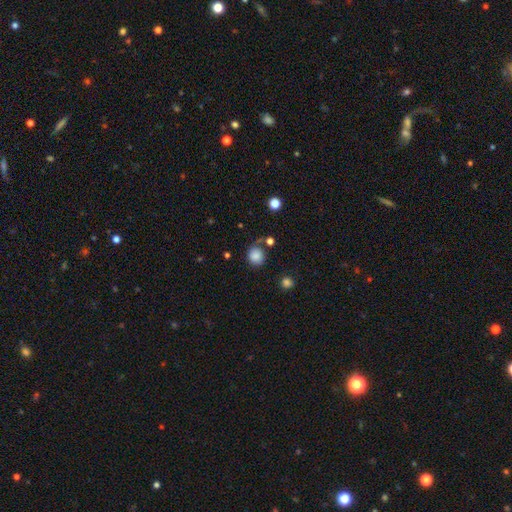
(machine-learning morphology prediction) Smooth or featured? smooth (84%)
How rounded? round (86%)
Merging? none (67%)